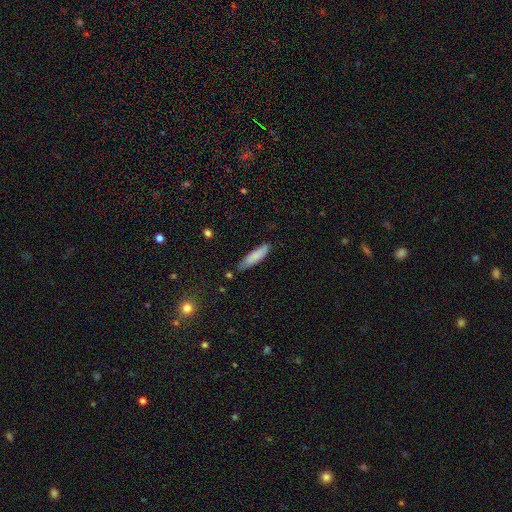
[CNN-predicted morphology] Overall: smooth (81%). How rounded: cigar-shaped (69%). Merging: none (73%).